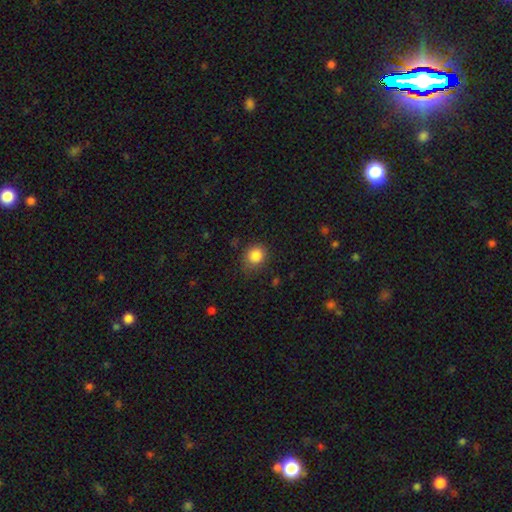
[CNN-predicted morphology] This appears to be a smooth galaxy with no disk features (85%) that is round (73%). Merging: none (77%).